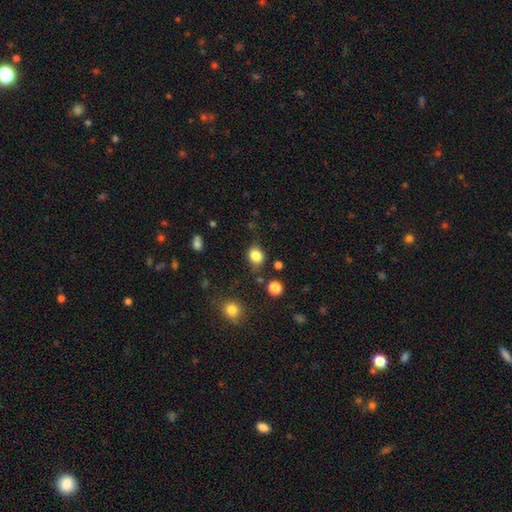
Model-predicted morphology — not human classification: This appears to be a smooth galaxy with no disk features (83%) that is round (62%). Merging: none (74%).